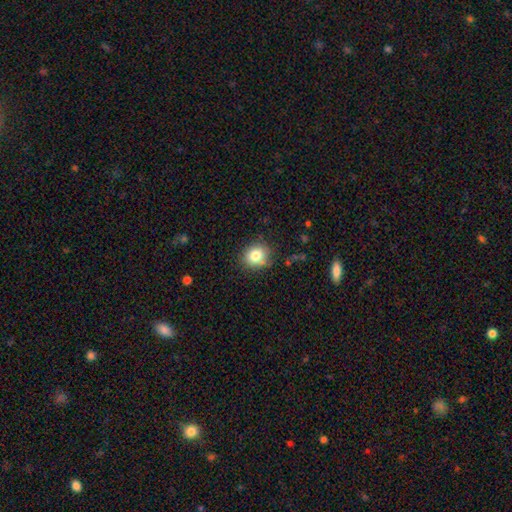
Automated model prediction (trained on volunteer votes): Smooth or featured? smooth (81%)
How rounded? round (74%)
Merging? none (81%)